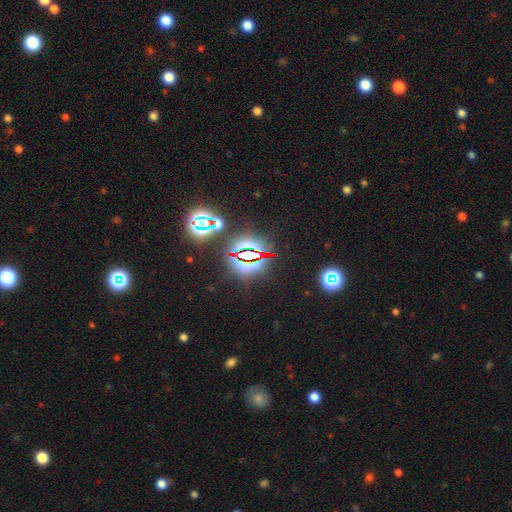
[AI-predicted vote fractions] smooth_or_featured: star or artifact (p=0.81) [alt: smooth p=0.11]